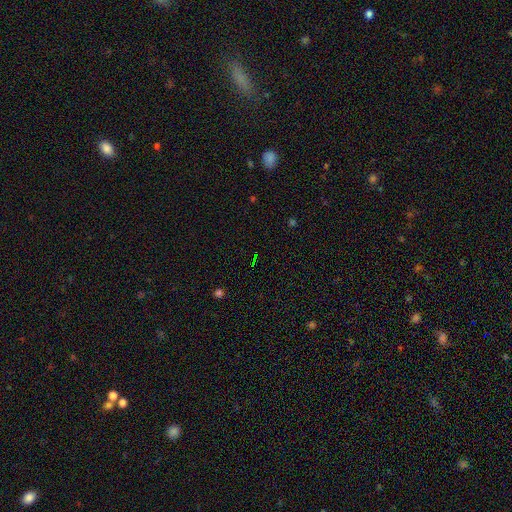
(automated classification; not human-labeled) Smooth or featured?
  - star or artifact: 73% *
  - smooth: 15%
  - featured or disk: 11%